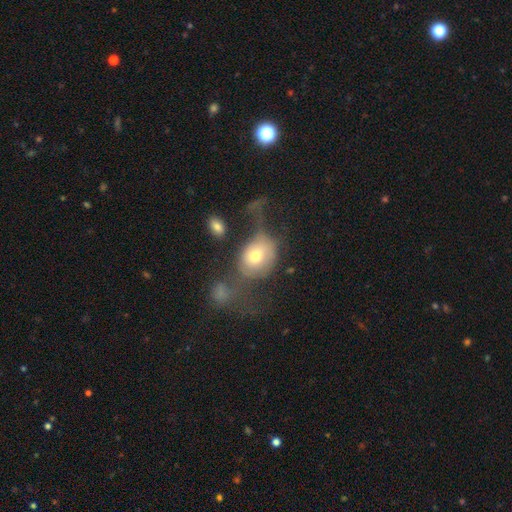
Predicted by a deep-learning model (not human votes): smooth 60%, featured or disk 29%, star or artifact 10%. Down the decision tree: how rounded — round (53%); merging — major disturbance (46%).